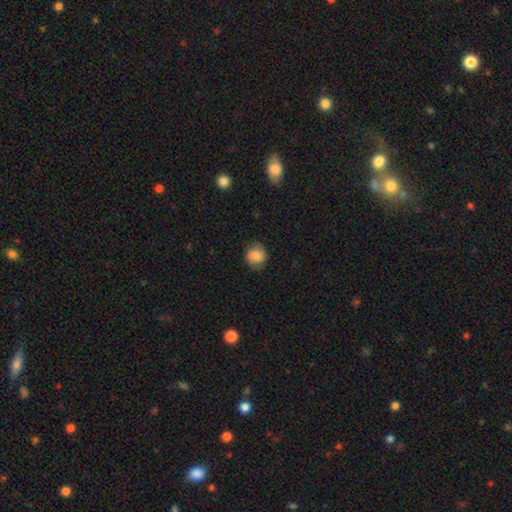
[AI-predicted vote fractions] Morphology: type=smooth (81%); roundness=round (82%); merging=none (81%).